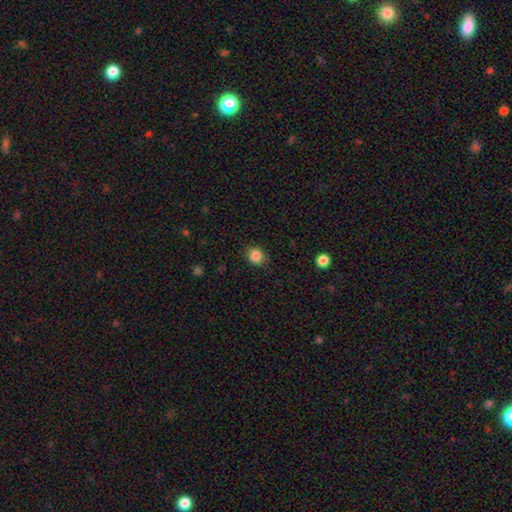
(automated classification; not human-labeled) Smooth or featured: smooth — 85% (star or artifact — 11%)
How rounded: round — 81% (in between — 19%)
Merging: none — 85% (minor disturbance — 11%)